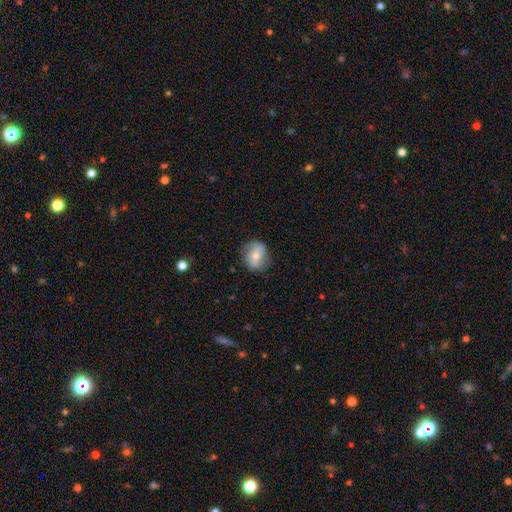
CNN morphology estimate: Smooth or featured? smooth (53%)
How rounded? round (70%)
Merging? none (74%)